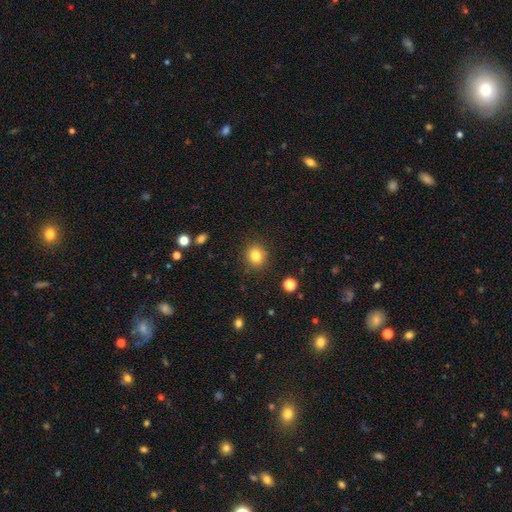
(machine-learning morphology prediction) type=smooth (82%); roundness=round (80%); merging=none (88%).